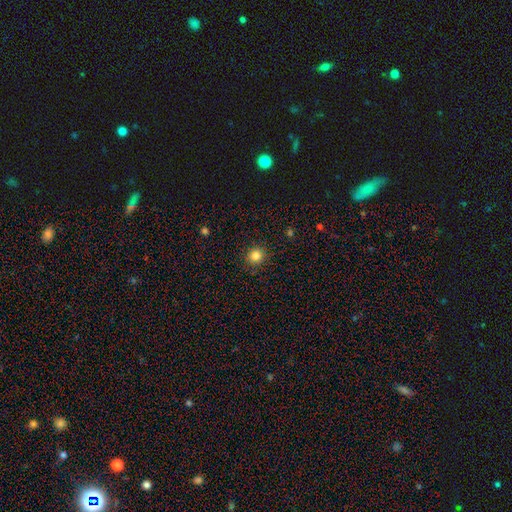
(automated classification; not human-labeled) The model was most divided on "smooth or featured": smooth: 84%, star or artifact: 12%, featured or disk: 4%. More confident: merging — none (90%); how rounded — round (89%).